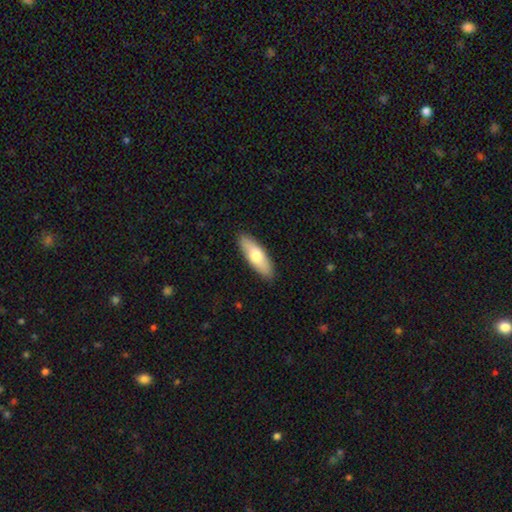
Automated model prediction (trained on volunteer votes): Q: Smooth or featured?
A: smooth (68%); runner-up: featured or disk (27%)
Q: How rounded?
A: in between (61%); runner-up: cigar-shaped (37%)
Q: Merging?
A: none (88%); runner-up: minor disturbance (9%)